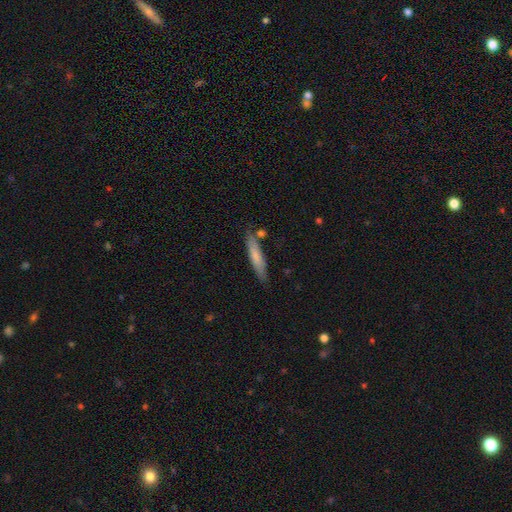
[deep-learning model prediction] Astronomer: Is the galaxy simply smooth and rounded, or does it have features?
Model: smooth — 71%.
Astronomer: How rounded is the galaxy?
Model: cigar-shaped — 85%.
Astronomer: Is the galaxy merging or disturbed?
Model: none — 78%.